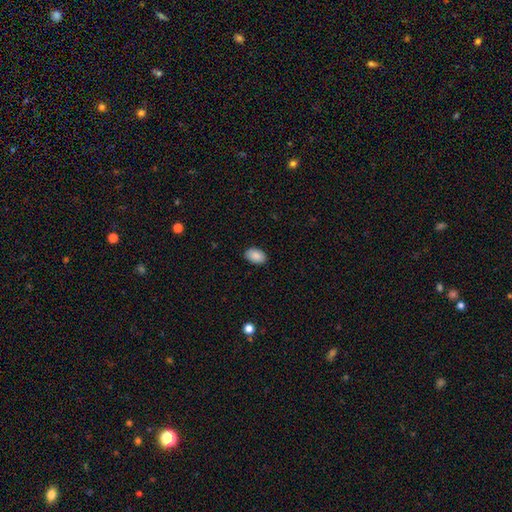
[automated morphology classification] Q: Smooth or featured?
A: smooth (88%); runner-up: star or artifact (7%)
Q: How rounded?
A: in between (89%); runner-up: round (10%)
Q: Merging?
A: none (88%); runner-up: minor disturbance (9%)